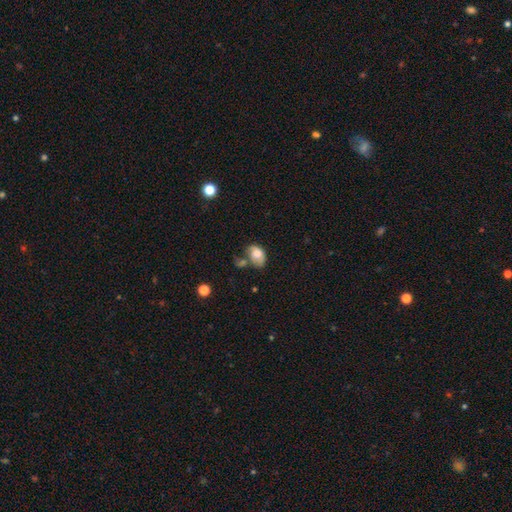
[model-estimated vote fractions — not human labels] This appears to be a smooth galaxy with no disk features (72%) that is in between round and cigar-shaped (80%). Merging: none (40%).